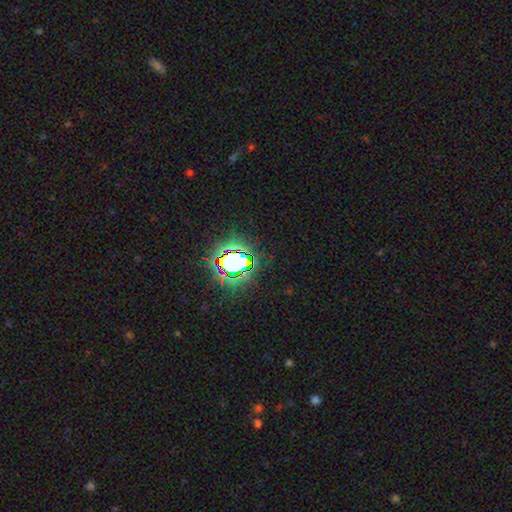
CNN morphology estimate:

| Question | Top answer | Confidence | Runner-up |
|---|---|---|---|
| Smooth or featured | star or artifact | 83% | smooth (11%) |